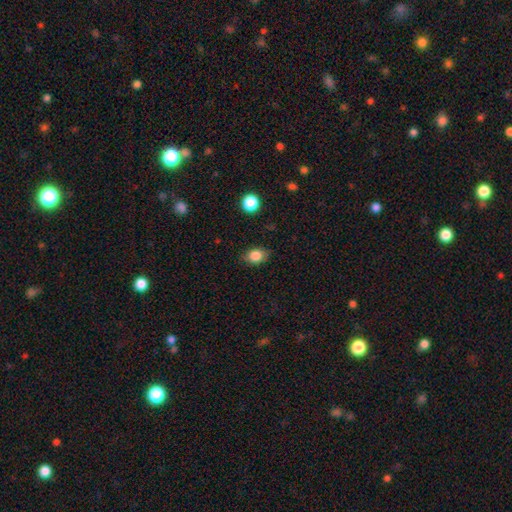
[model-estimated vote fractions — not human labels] A smooth galaxy with no disk features (84%) that is in between round and cigar-shaped (68%). Merging: none (83%).